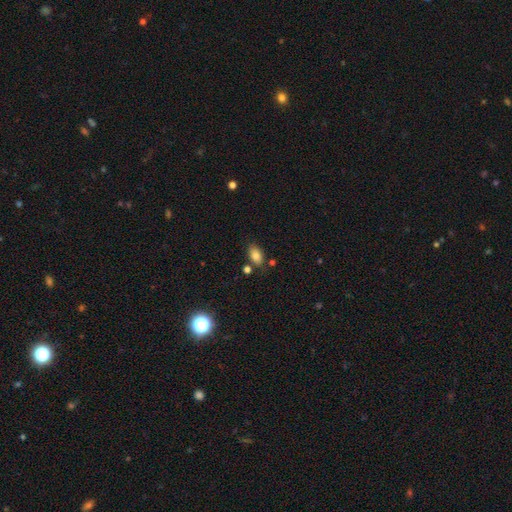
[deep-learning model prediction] Morphology: type=smooth (81%); roundness=in between (90%); merging=none (75%).